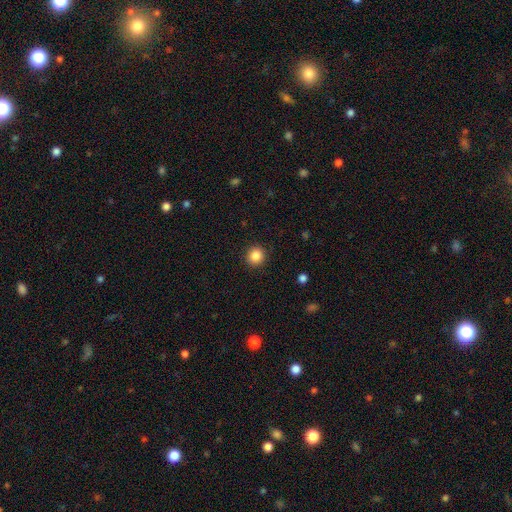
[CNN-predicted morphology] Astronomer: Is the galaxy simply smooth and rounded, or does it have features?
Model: smooth — 86%.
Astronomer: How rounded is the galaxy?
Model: round — 92%.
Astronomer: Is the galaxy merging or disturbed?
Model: none — 91%.